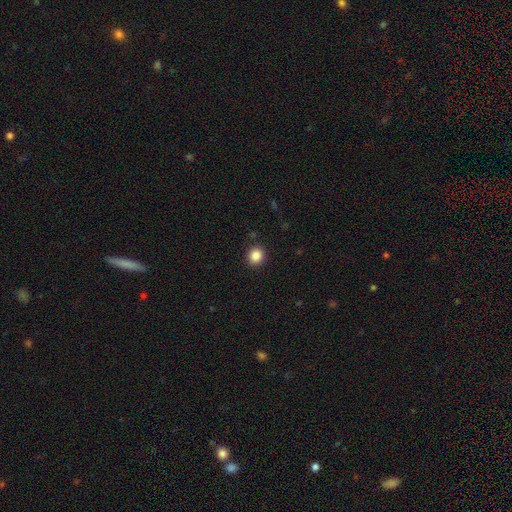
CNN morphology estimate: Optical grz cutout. It shows a smooth galaxy with no disk features (86%) that is round (86%). Merging: none (91%).